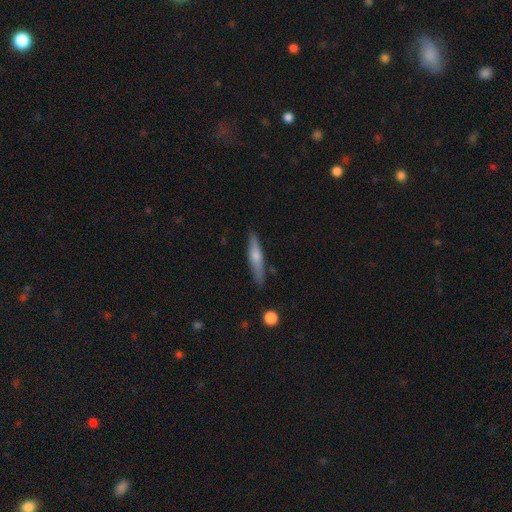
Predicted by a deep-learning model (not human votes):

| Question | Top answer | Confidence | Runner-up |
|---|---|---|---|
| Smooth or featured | featured or disk | 56% | smooth (37%) |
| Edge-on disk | yes | 93% | no (7%) |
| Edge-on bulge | rounded | 80% | none (13%) |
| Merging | none | 87% | minor disturbance (10%) |